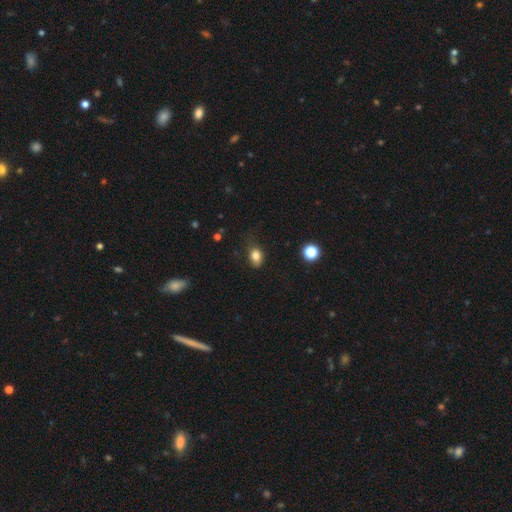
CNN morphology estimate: smooth_or_featured: smooth (p=0.81) [alt: star or artifact p=0.11]
how_rounded: in between (p=0.70) [alt: round p=0.29]
merging: none (p=0.62) [alt: minor disturbance p=0.28]